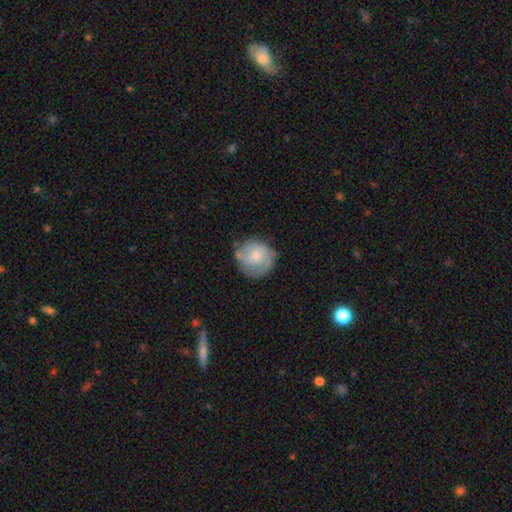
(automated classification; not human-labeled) The model was most divided on "smooth or featured": smooth: 61%, featured or disk: 33%, star or artifact: 7%. More confident: how rounded — round (88%); merging — none (63%).